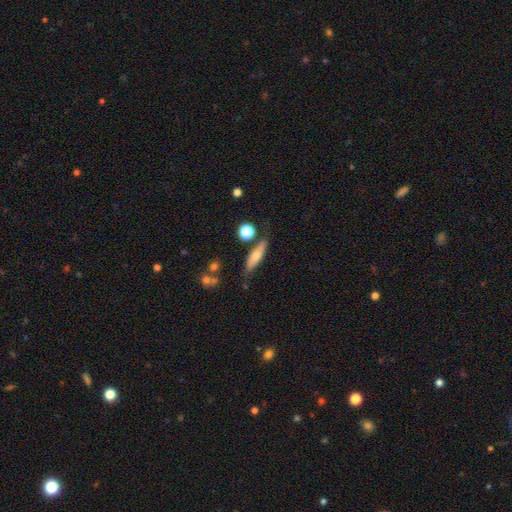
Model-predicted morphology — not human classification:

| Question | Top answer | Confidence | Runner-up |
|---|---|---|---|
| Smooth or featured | smooth | 57% | featured or disk (36%) |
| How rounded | cigar-shaped | 66% | in between (30%) |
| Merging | none | 73% | minor disturbance (17%) |